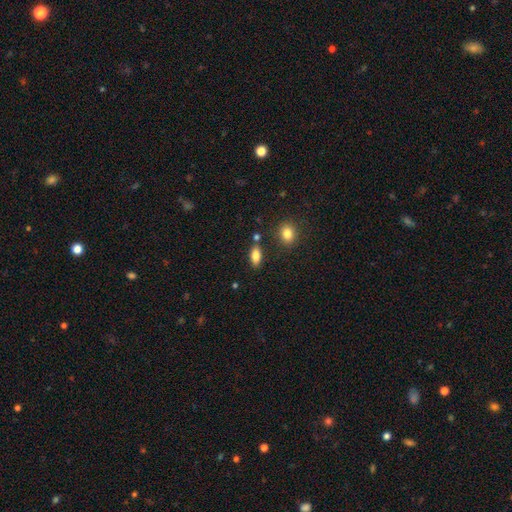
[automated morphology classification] Q: Smooth or featured?
A: smooth (84%); runner-up: star or artifact (8%)
Q: How rounded?
A: in between (87%); runner-up: cigar-shaped (9%)
Q: Merging?
A: none (80%); runner-up: minor disturbance (11%)